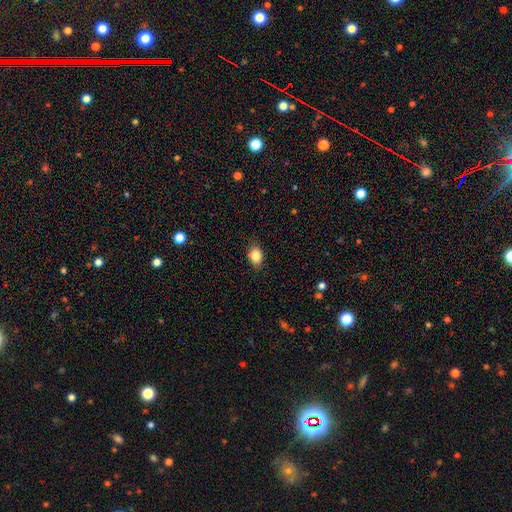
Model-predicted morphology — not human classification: smooth-or-featured: smooth: 83% | star or artifact: 9% | featured or disk: 7%
  how-rounded: in between: 66% | round: 33% | cigar-shaped: 1%
  merging: none: 84% | minor disturbance: 13% | major disturbance: 3% | merger: 1%